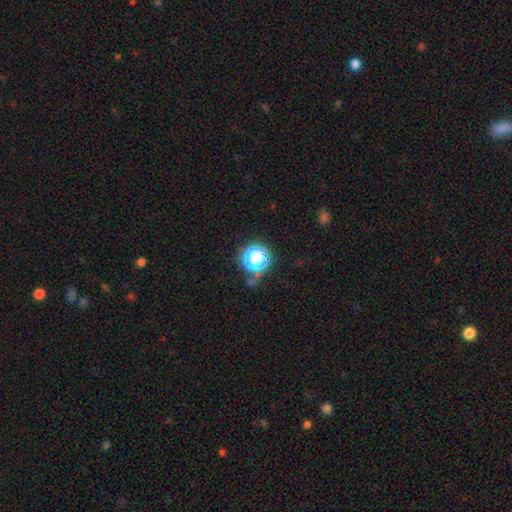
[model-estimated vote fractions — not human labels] smooth_or_featured: smooth (p=0.46) [alt: star or artifact p=0.44]
merging: none (p=0.70) [alt: minor disturbance p=0.14]